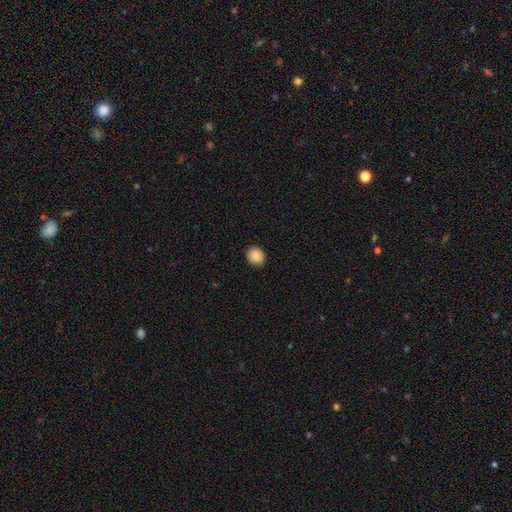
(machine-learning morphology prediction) A smooth galaxy with no disk features (88%) that is round (85%).

Vote fractions:
- Smooth or featured? smooth: 88% / star or artifact: 8% / featured or disk: 4%
- How rounded? round: 85% / in between: 14% / cigar-shaped: 1%
- Merging? none: 91% / minor disturbance: 6% / major disturbance: 2% / merger: 1%